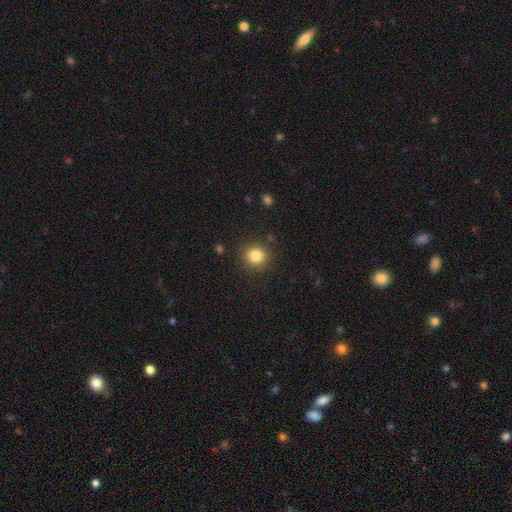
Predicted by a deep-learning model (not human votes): Morphology: type=smooth (83%); roundness=round (91%); merging=none (88%).